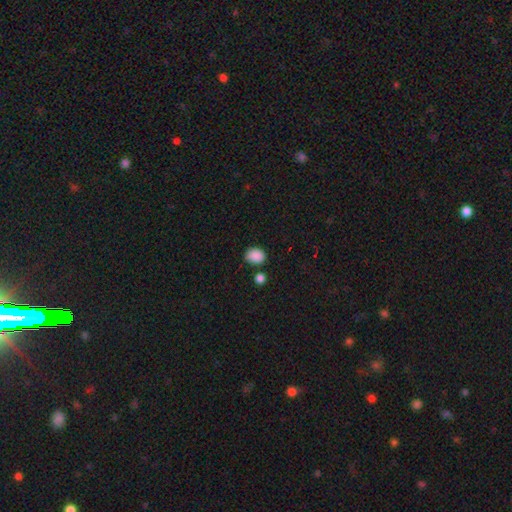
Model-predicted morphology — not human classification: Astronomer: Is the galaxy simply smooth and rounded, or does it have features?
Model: smooth — 88%.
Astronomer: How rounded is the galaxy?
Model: in between — 57% (runner-up: round, 42%).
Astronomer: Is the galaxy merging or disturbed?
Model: none — 73%.